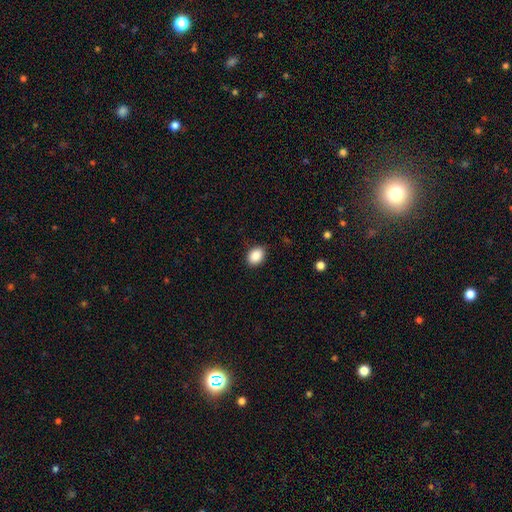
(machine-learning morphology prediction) smooth 89%, star or artifact 8%, featured or disk 3%. Down the decision tree: how rounded — in between (69%); merging — none (85%).